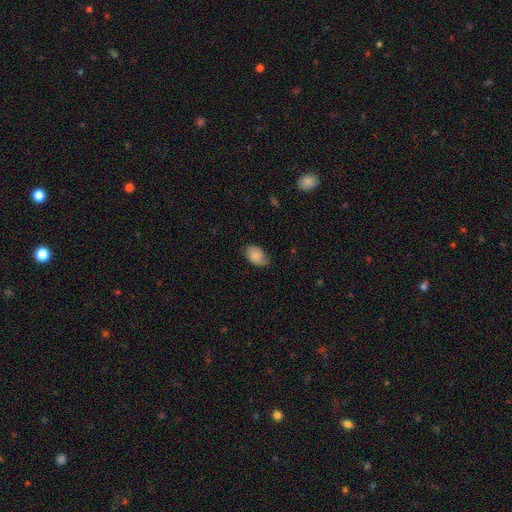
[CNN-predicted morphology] Overall: smooth (77%). How rounded: in between (88%). Merging: none (68%).